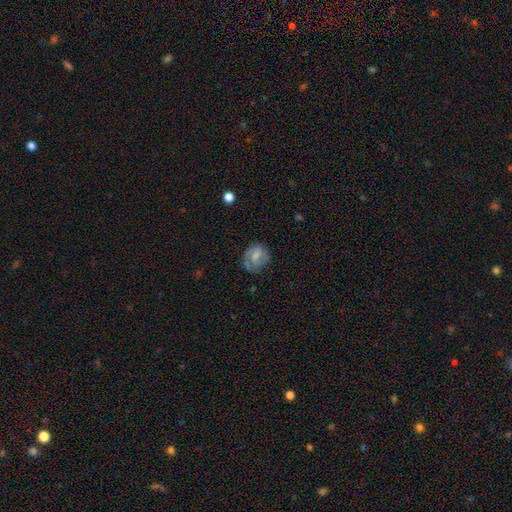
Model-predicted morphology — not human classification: Smooth or featured? Predicted: featured or disk (p=0.56). Edge-on disk? Predicted: no (p=0.98). Bar? Predicted: weak (p=0.50). Spiral arms? Predicted: yes (p=0.77). Bulge size? Predicted: small (p=0.43). Merging? Predicted: none (p=0.59).